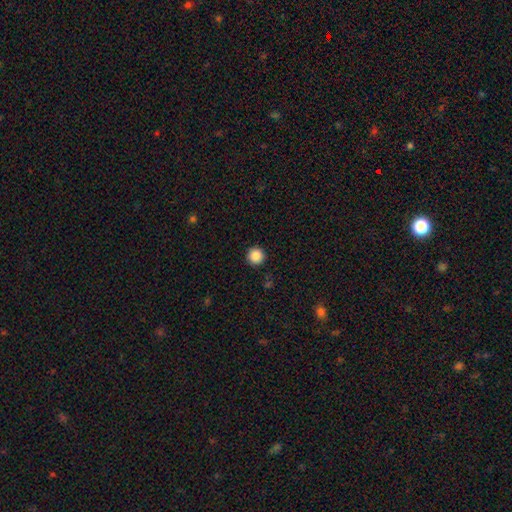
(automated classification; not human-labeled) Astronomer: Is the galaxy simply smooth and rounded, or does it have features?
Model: smooth — 87%.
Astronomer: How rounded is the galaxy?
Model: round — 96%.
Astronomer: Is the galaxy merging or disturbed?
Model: none — 92%.